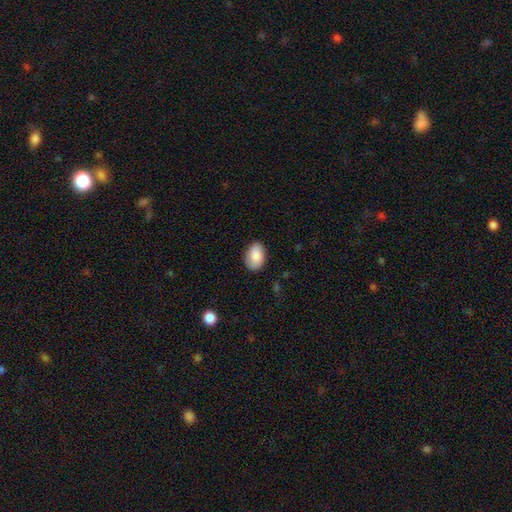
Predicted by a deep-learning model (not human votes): smooth_or_featured: smooth (p=0.87) [alt: star or artifact p=0.06]
how_rounded: in between (p=0.88) [alt: round p=0.11]
merging: none (p=0.83) [alt: minor disturbance p=0.13]